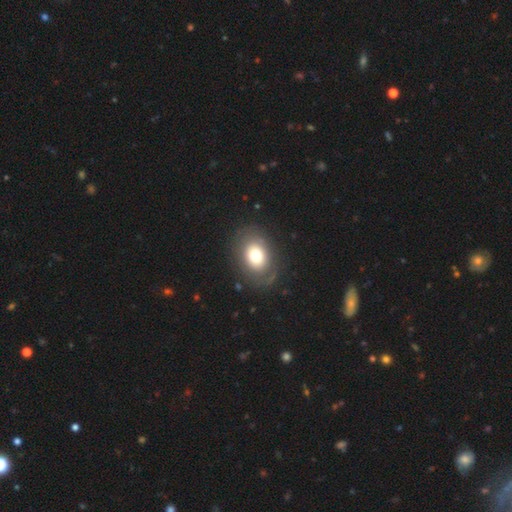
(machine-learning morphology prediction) smooth 64%, featured or disk 28%, star or artifact 8%. Down the decision tree: how rounded — in between (68%); merging — none (78%).